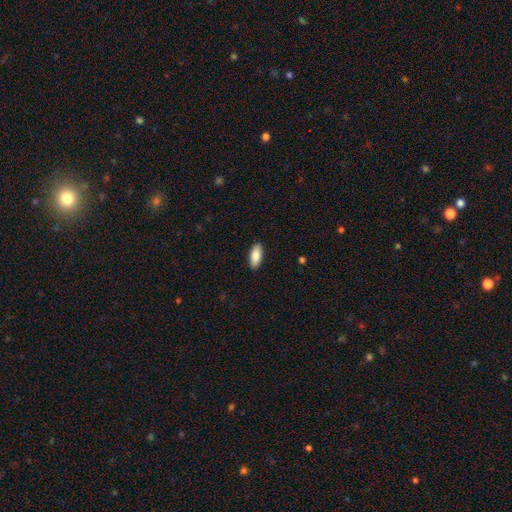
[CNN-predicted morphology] The model was most divided on "how rounded": in between: 86%, cigar-shaped: 13%, round: 2%. More confident: merging — none (90%); smooth or featured — smooth (88%).